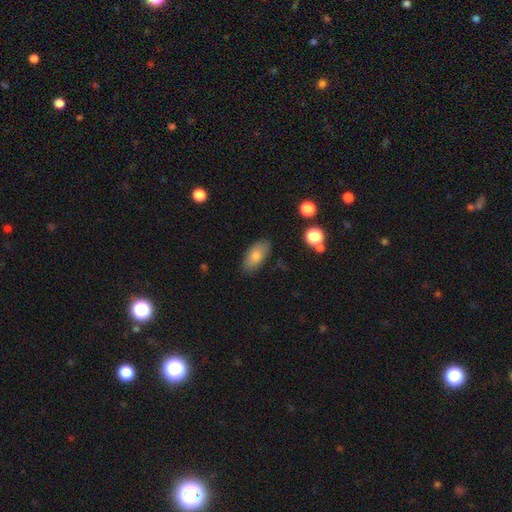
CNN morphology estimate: A smooth galaxy with no disk features (78%) that is in between round and cigar-shaped (91%).

Vote fractions:
- Smooth or featured? smooth: 78% / featured or disk: 15% / star or artifact: 7%
- How rounded? in between: 91% / cigar-shaped: 5% / round: 4%
- Merging? none: 83% / minor disturbance: 13% / major disturbance: 3% / merger: 2%